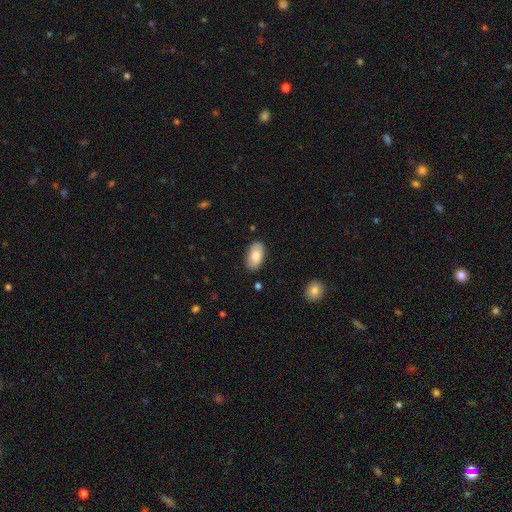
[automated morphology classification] A smooth galaxy with no disk features (85%) that is in between round and cigar-shaped (95%). Merging: none (85%).